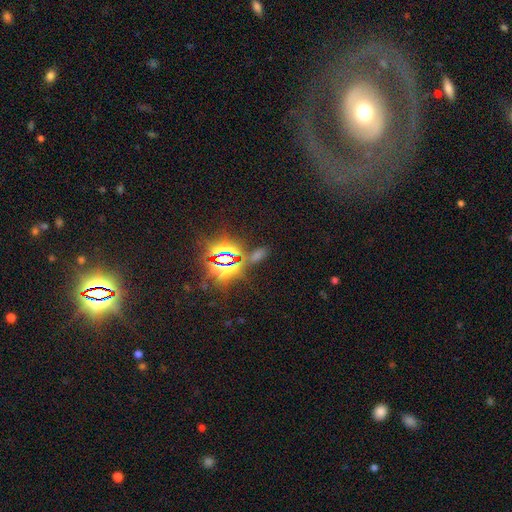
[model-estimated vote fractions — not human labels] smooth_or_featured: star or artifact (p=0.77) [alt: smooth p=0.14]